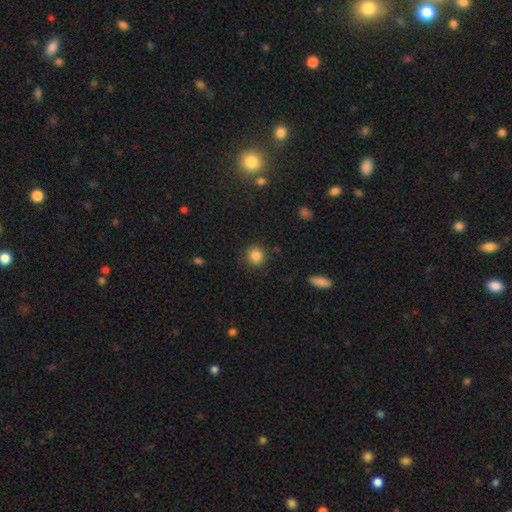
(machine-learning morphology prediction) This is clearly a smooth galaxy (85%). How rounded: clearly round (91%). Merging: clearly none (88%).